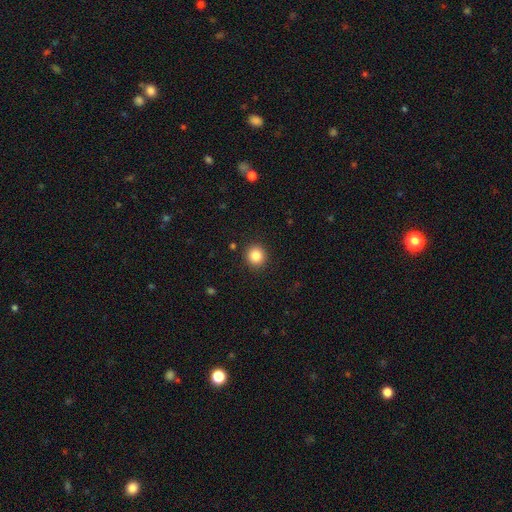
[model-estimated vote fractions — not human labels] Smooth or featured? Predicted: smooth (p=0.84). How rounded? Predicted: round (p=0.90). Merging? Predicted: none (p=0.91).